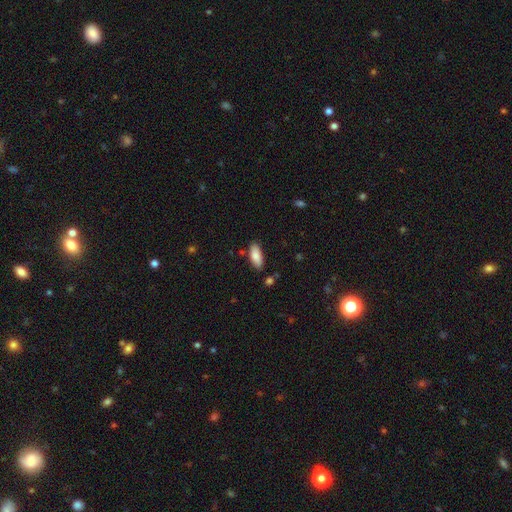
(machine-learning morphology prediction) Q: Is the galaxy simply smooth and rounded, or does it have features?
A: smooth — 86%.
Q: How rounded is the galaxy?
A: in between — 83%.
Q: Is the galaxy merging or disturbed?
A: none — 82%.